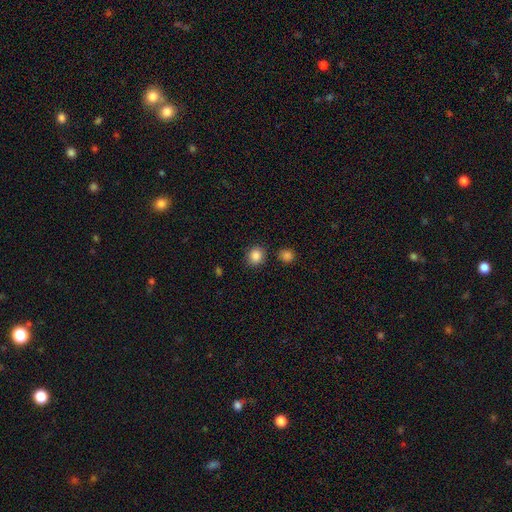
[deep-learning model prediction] Q: Smooth or featured?
A: smooth (86%); runner-up: star or artifact (10%)
Q: How rounded?
A: round (84%); runner-up: in between (15%)
Q: Merging?
A: none (85%); runner-up: minor disturbance (8%)